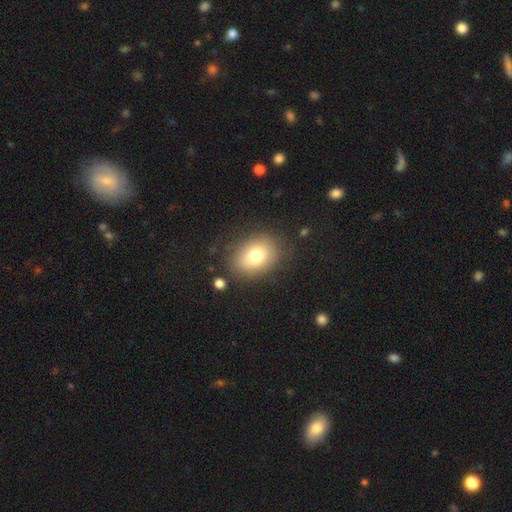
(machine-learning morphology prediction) type=smooth (77%); roundness=in between (64%); merging=none (81%).